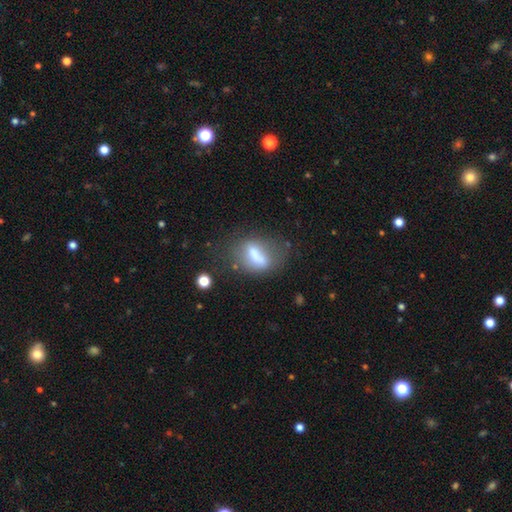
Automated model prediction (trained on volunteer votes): smooth_or_featured: smooth (p=0.59) [alt: featured or disk p=0.30]
how_rounded: in between (p=0.68) [alt: round p=0.17]
merging: none (p=0.36) [alt: major disturbance p=0.24]